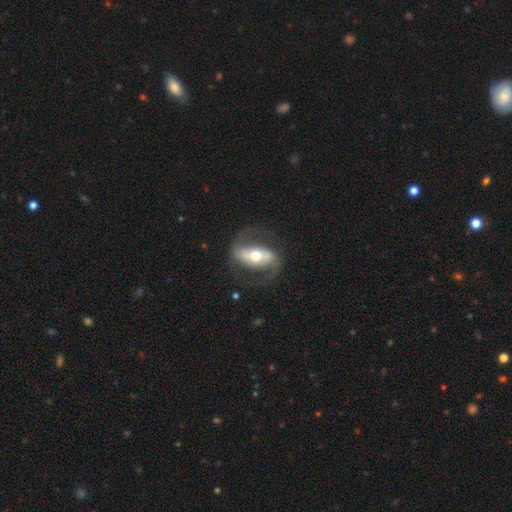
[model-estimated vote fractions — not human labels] featured or disk 77%, smooth 18%, star or artifact 5%. Down the decision tree: edge-on disk — no (91%); bar — strong (56%); spiral arms — yes (81%); spiral arm count — 2 (89%); spiral winding — medium (45%); bulge size — moderate (67%); merging — none (73%).